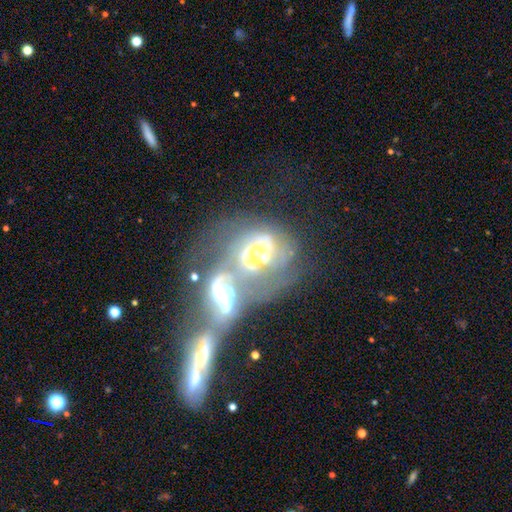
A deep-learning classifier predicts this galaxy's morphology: type=featured or disk (68%); edge-on=no (94%); bar=no (57%); spiral arms=yes (64%); bulge=moderate (43%); merging=merger (71%).